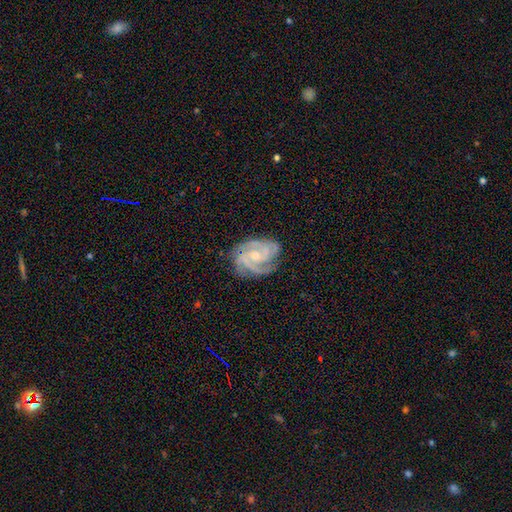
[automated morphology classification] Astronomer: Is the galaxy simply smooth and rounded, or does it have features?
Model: featured or disk — 92%.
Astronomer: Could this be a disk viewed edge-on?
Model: no — 98%.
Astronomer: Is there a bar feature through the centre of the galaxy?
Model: no — 58%.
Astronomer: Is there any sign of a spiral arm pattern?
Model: yes — 99%.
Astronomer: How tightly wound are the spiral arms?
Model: tight — 61%.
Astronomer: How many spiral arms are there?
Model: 3 — 57%.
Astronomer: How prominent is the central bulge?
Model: small — 57% (runner-up: moderate, 38%).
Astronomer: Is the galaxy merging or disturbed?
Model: none — 77%.